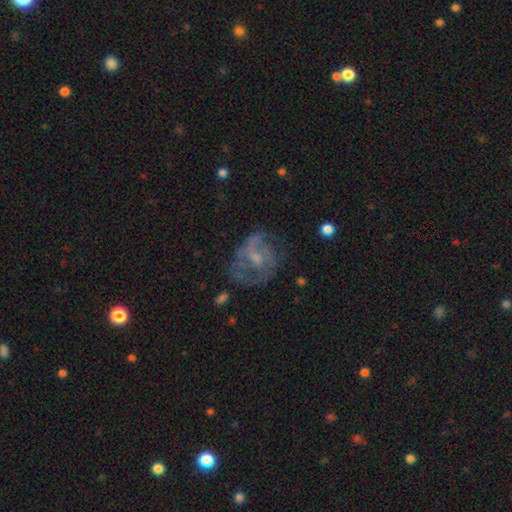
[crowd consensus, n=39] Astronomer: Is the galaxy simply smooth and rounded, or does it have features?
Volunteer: featured or disk — 67%.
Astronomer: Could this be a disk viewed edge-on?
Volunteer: no — 100%.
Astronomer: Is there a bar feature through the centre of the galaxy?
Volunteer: weak — 50% (runner-up: no, 42%).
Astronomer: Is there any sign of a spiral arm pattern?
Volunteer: yes — 62% (runner-up: no, 38%).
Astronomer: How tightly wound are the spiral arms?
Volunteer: medium — 50% (runner-up: loose, 38%).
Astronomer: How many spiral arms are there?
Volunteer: can't tell — 50% (runner-up: 2, 38%).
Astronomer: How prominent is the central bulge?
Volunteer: moderate — 38% (runner-up: none, 35%).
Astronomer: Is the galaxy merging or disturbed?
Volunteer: none — 42% (runner-up: minor disturbance, 29%).